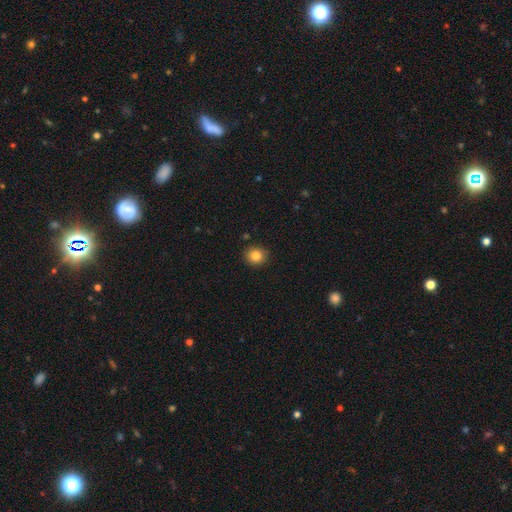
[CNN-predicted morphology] A smooth galaxy with no disk features (85%) that is round (88%). Merging: none (90%).